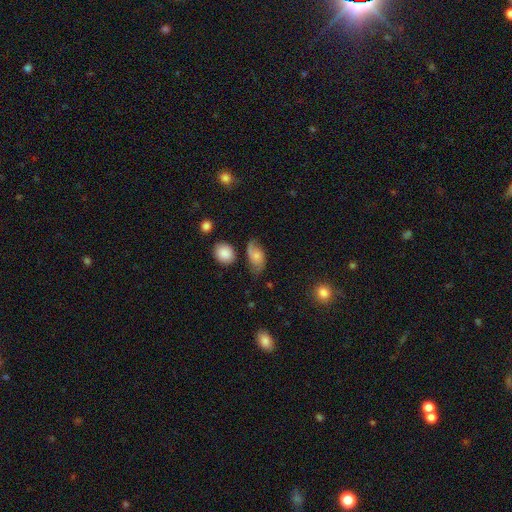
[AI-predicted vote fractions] smooth-or-featured: smooth: 56% | featured or disk: 35% | star or artifact: 9%
  how-rounded: in between: 86% | round: 11% | cigar-shaped: 3%
  merging: none: 49% | minor disturbance: 30% | major disturbance: 15% | merger: 6%